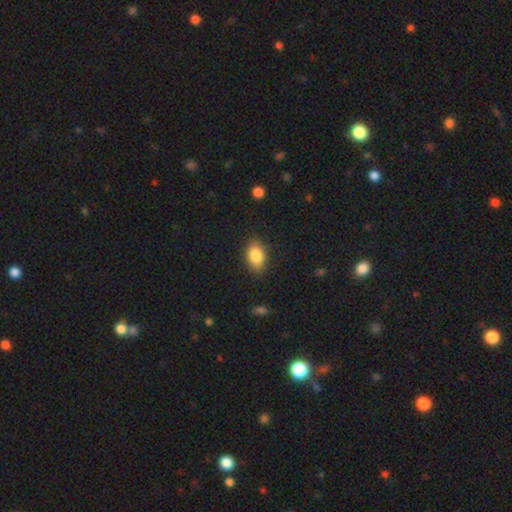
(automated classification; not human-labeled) smooth-or-featured: smooth: 84% | featured or disk: 8% | star or artifact: 8%
  how-rounded: in between: 87% | round: 11% | cigar-shaped: 2%
  merging: none: 85% | minor disturbance: 11% | major disturbance: 3% | merger: 1%